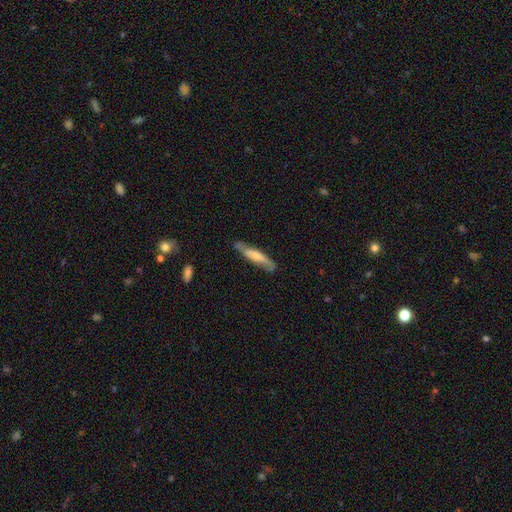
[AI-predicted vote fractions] Morphology: type=smooth (49%); merging=none (76%).